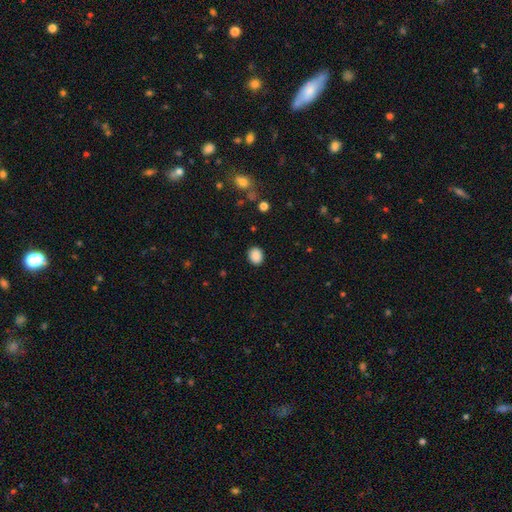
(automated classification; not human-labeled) The model was most divided on "how rounded": round: 58%, in between: 41%, cigar-shaped: 1%. More confident: merging — none (89%); smooth or featured — smooth (88%).